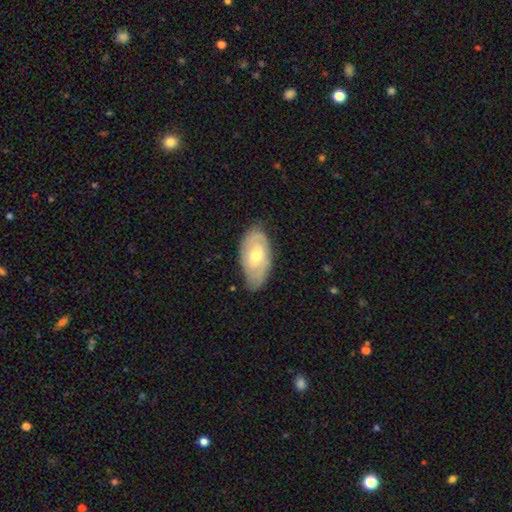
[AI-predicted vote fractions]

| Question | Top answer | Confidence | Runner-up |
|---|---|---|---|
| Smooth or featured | featured or disk | 58% | smooth (36%) |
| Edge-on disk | no | 90% | yes (10%) |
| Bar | no | 64% | weak (30%) |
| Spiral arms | yes | 71% | no (29%) |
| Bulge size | moderate | 64% | small (31%) |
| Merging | none | 70% | minor disturbance (24%) |